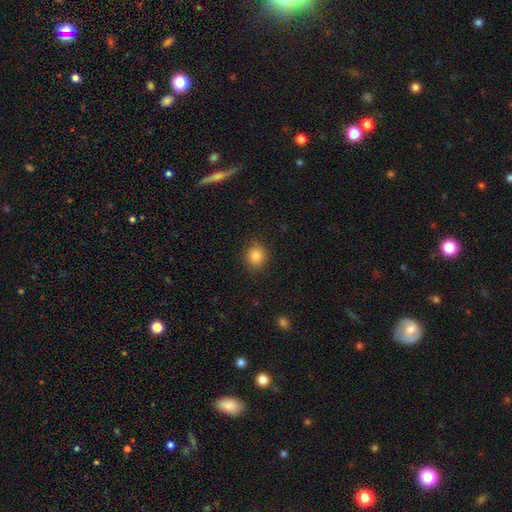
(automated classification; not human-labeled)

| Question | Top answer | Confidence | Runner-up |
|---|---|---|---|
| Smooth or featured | smooth | 85% | star or artifact (10%) |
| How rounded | round | 75% | in between (24%) |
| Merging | none | 87% | minor disturbance (9%) |